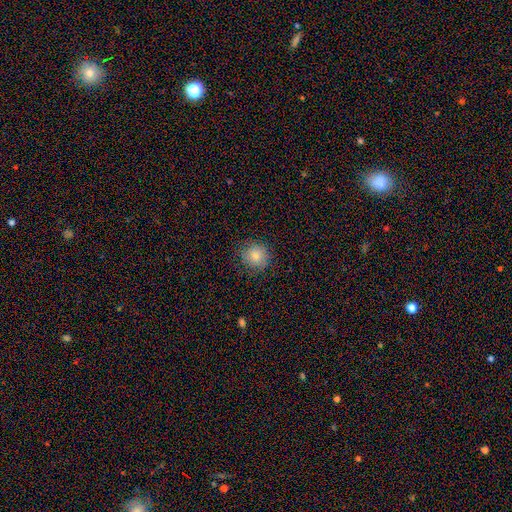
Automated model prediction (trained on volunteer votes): smooth_or_featured: smooth (p=0.83) [alt: star or artifact p=0.10]
how_rounded: round (p=0.90) [alt: in between p=0.09]
merging: none (p=0.86) [alt: minor disturbance p=0.10]